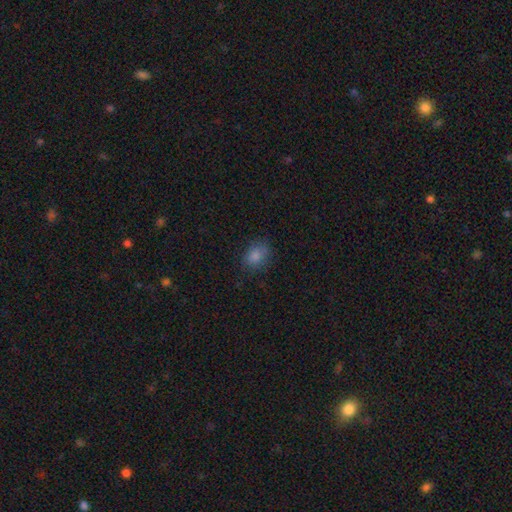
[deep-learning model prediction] Smooth or featured? smooth (83%)
How rounded? in between (61%)
Merging? none (75%)